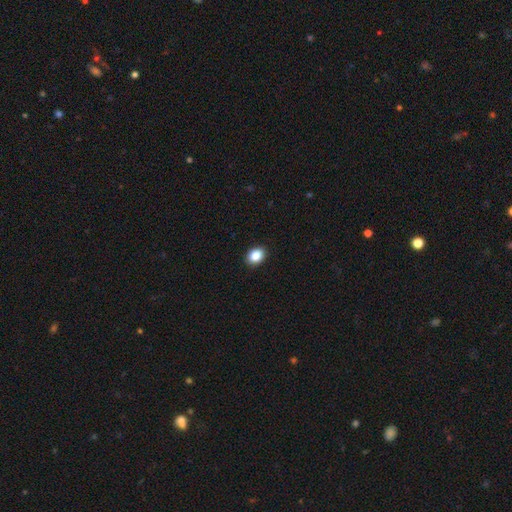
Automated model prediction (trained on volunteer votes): This appears to be a smooth galaxy with no disk features (88%) that is in between round and cigar-shaped (67%). Merging: none (91%).